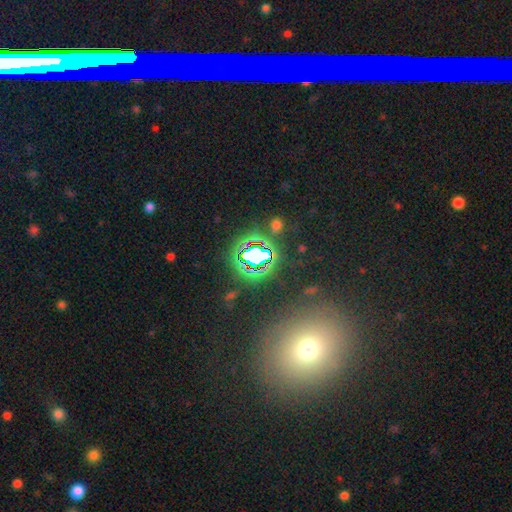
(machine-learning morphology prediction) Smooth or featured? star or artifact (71%)